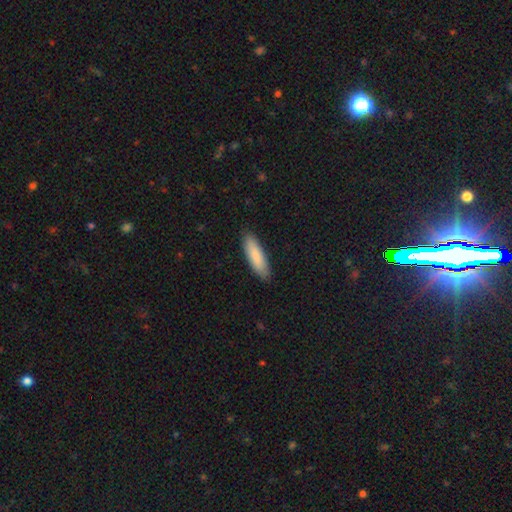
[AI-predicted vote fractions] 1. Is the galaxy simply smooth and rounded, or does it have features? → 87% smooth, 8% featured or disk, 5% star or artifact.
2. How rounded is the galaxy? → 61% cigar-shaped, 38% in between, 1% round.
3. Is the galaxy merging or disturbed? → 88% none, 9% minor disturbance, 2% major disturbance, 1% merger.